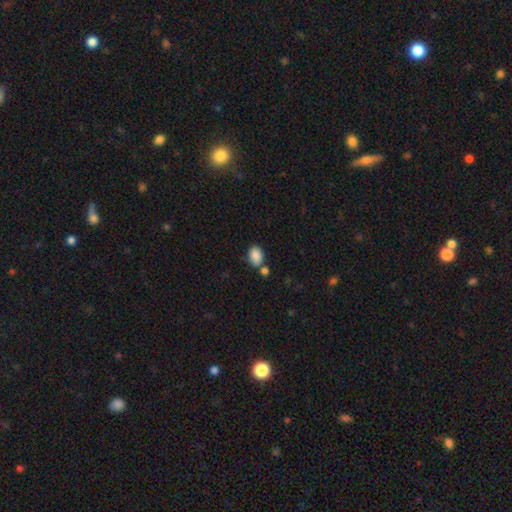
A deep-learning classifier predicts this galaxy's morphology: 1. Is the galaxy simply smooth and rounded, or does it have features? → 88% smooth, 8% star or artifact, 5% featured or disk.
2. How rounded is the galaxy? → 80% in between, 19% round, 1% cigar-shaped.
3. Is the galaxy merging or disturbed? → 64% none, 19% merger, 14% minor disturbance, 4% major disturbance.